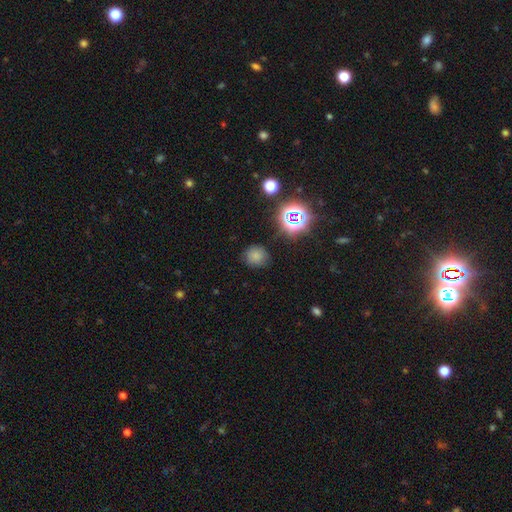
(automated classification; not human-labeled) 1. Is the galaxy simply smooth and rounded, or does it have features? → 72% smooth, 22% star or artifact, 6% featured or disk.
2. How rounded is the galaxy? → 86% round, 13% in between, 1% cigar-shaped.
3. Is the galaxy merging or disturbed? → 83% none, 11% minor disturbance, 4% major disturbance, 2% merger.